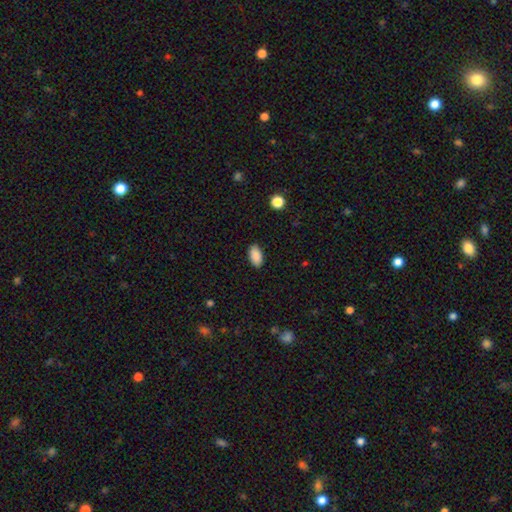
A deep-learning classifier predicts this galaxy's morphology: A smooth galaxy with no disk features (90%) that is in between round and cigar-shaped (94%). Merging: none (88%).